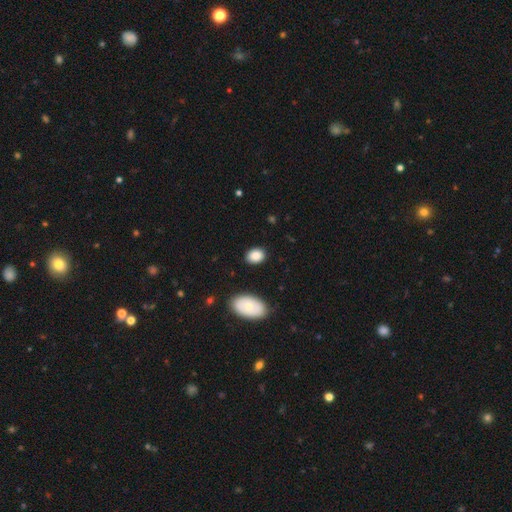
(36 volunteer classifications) Volunteers were most divided on "how rounded": in between: 80%, round: 20%, cigar-shaped: 0%. More confident: merging — none (86%); smooth or featured — smooth (83%).